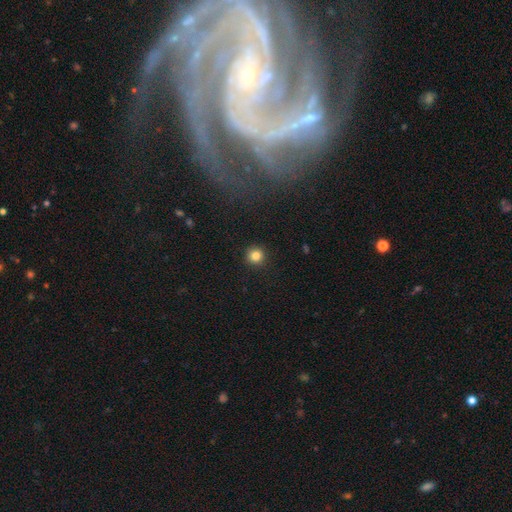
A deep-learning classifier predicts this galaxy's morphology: This appears to be a smooth galaxy with no disk features (83%) that is round (95%). Merging: none (92%).